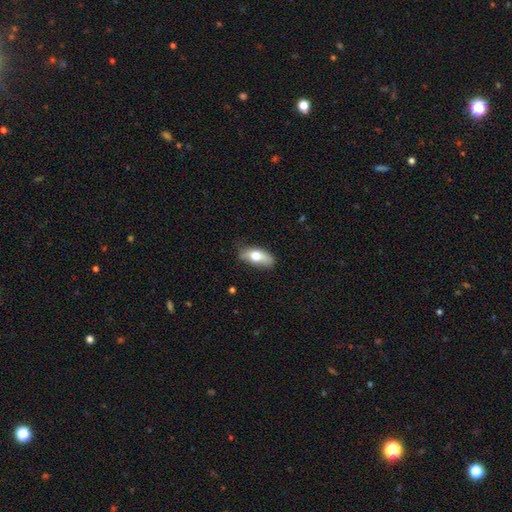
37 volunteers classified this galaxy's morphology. type=smooth (68%); roundness=in between (92%); merging=none (75%).